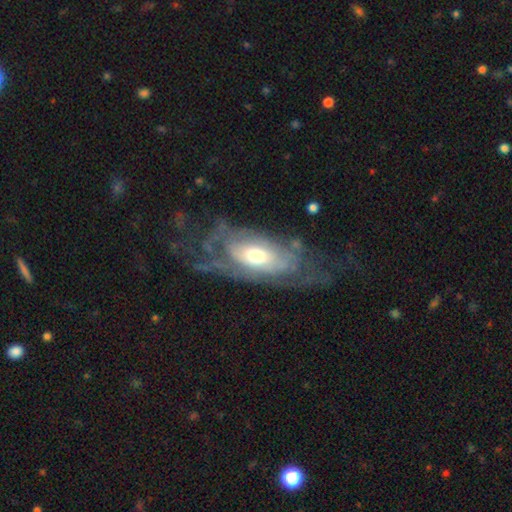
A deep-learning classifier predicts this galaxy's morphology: Smooth or featured?
  - featured or disk: 75% *
  - smooth: 19%
  - star or artifact: 6%
Edge-on disk?
  - no: 89% *
  - yes: 11%
Bar?
  - no: 70% *
  - weak: 22%
  - strong: 7%
Spiral arms?
  - yes: 75% *
  - no: 25%
Bulge size?
  - moderate: 62% *
  - large: 23%
  - small: 11%
  - dominant: 2%
  - none: 1%
Merging?
  - none: 49% *
  - major disturbance: 26%
  - minor disturbance: 22%
  - merger: 2%